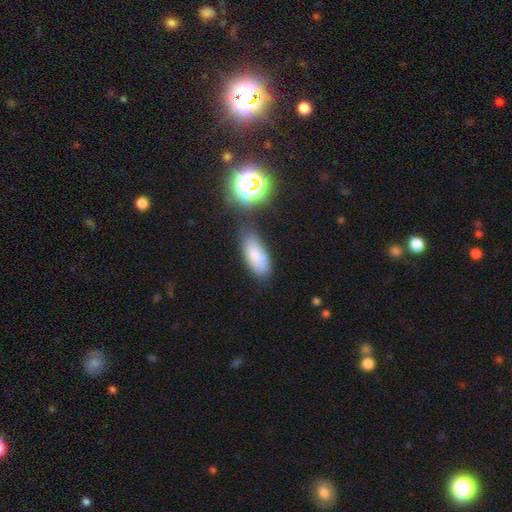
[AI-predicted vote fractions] smooth-or-featured: smooth: 76% | featured or disk: 13% | star or artifact: 12%
  how-rounded: in between: 83% | cigar-shaped: 14% | round: 3%
  merging: none: 66% | minor disturbance: 20% | merger: 9% | major disturbance: 6%